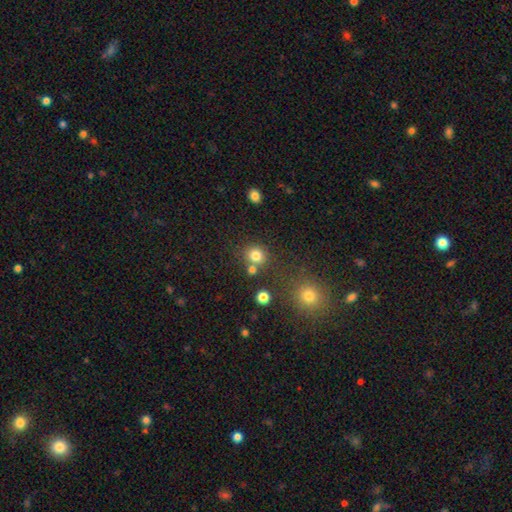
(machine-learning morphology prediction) Q: Smooth or featured?
A: smooth (80%); runner-up: star or artifact (14%)
Q: How rounded?
A: round (83%); runner-up: in between (16%)
Q: Merging?
A: none (70%); runner-up: merger (17%)